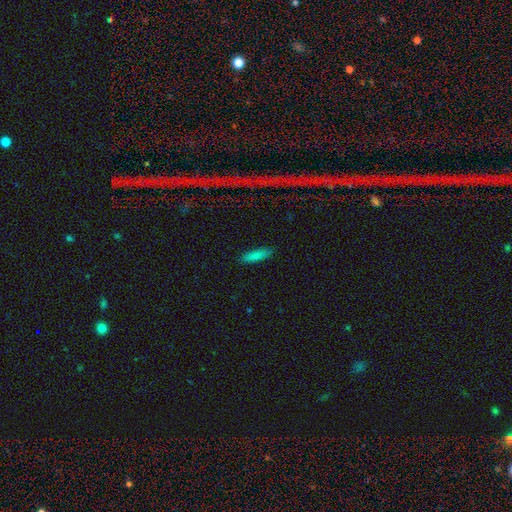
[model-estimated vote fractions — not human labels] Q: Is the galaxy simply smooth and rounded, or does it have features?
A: smooth — 82%.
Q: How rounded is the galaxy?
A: cigar-shaped — 57%.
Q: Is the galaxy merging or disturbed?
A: none — 87%.